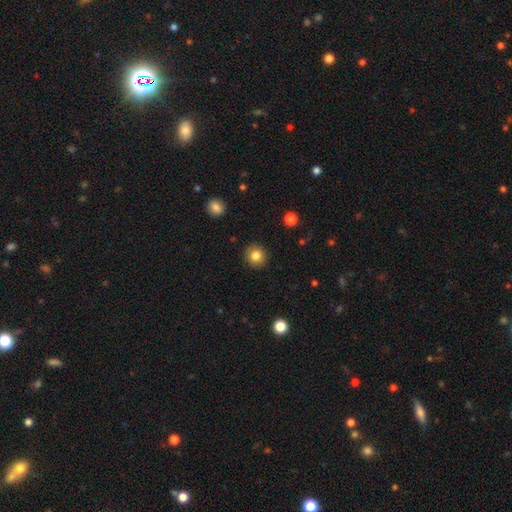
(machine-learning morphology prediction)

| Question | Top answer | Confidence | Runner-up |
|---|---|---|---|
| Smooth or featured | smooth | 83% | star or artifact (10%) |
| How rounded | round | 92% | in between (7%) |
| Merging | none | 92% | minor disturbance (5%) |